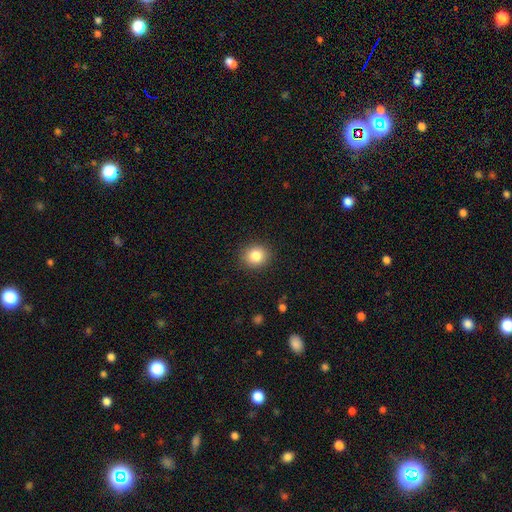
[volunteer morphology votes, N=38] type=smooth (87%); roundness=round (88%); merging=none (88%).